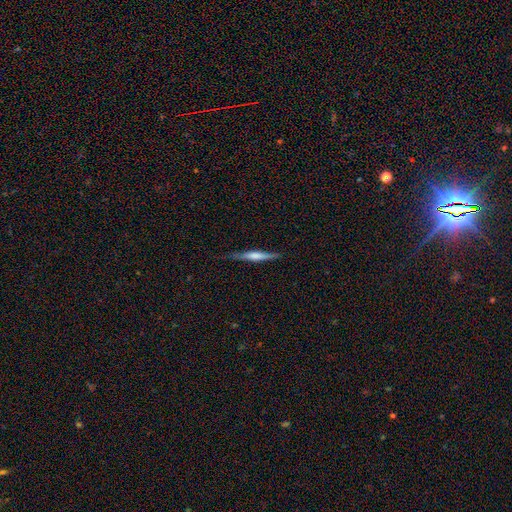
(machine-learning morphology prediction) The model was most divided on "edge-on bulge": rounded: 40%, boxy: 33%, none: 27%. More confident: edge-on disk — yes (95%); merging — none (78%); smooth or featured — featured or disk (53%).